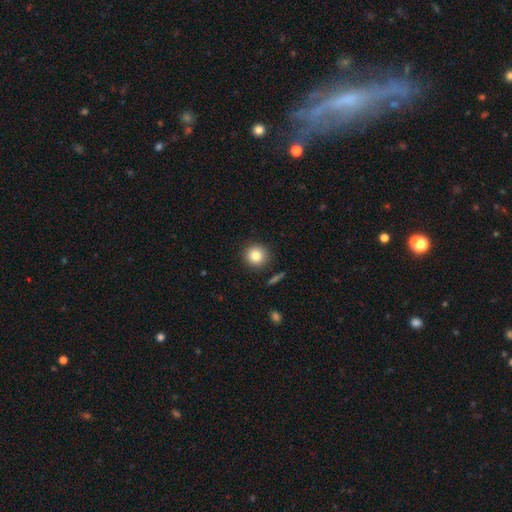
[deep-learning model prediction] Overall: smooth (83%). How rounded: round (93%). Merging: none (89%).